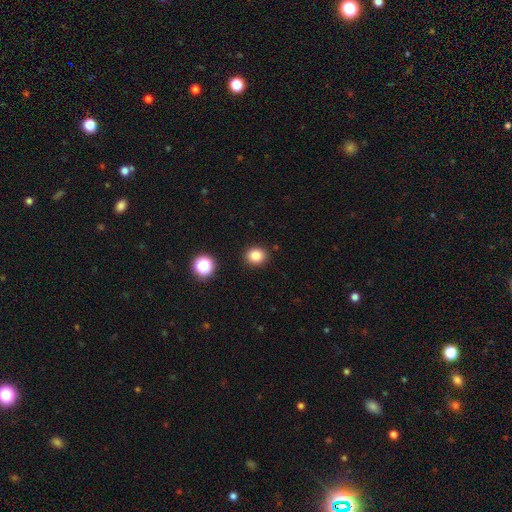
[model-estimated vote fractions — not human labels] This appears to be a smooth galaxy with no disk features (84%) that is round (76%). Merging: none (89%).